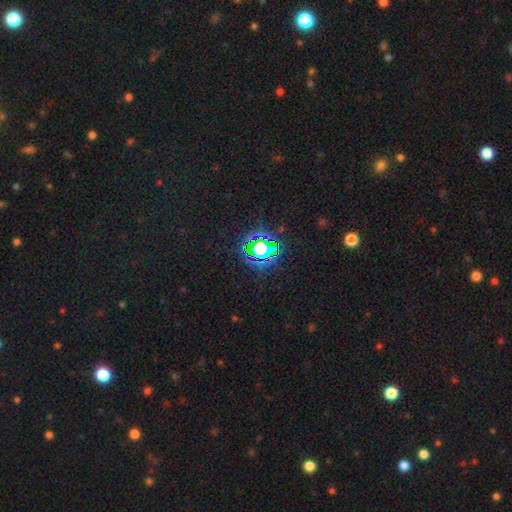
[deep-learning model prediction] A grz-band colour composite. It shows a star or artifact, not a galaxy (74%).